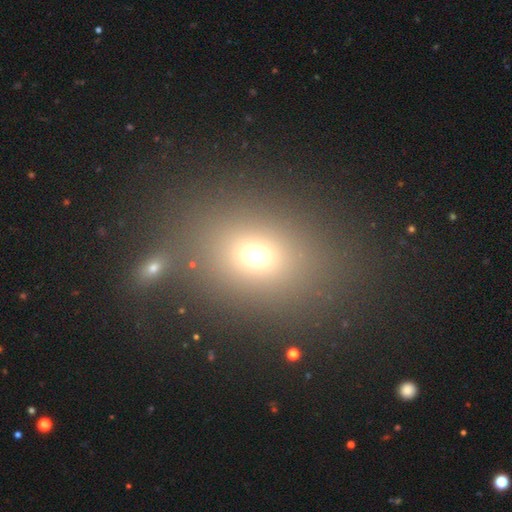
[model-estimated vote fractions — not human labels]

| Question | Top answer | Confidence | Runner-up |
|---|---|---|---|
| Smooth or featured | smooth | 66% | star or artifact (22%) |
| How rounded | in between | 52% | round (46%) |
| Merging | none | 75% | merger (10%) |